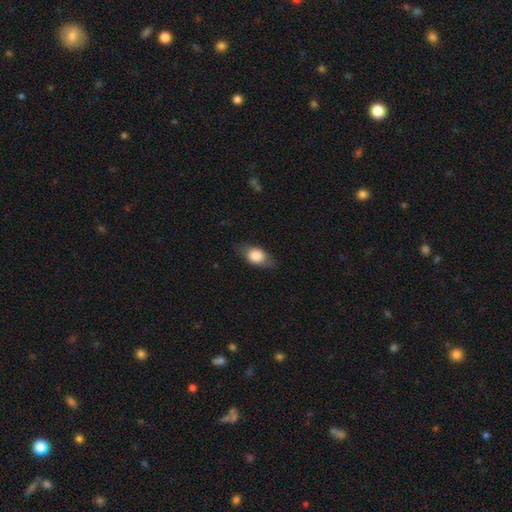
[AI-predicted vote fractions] Smooth or featured? Predicted: smooth (p=0.72). How rounded? Predicted: in between (p=0.76). Merging? Predicted: none (p=0.78).